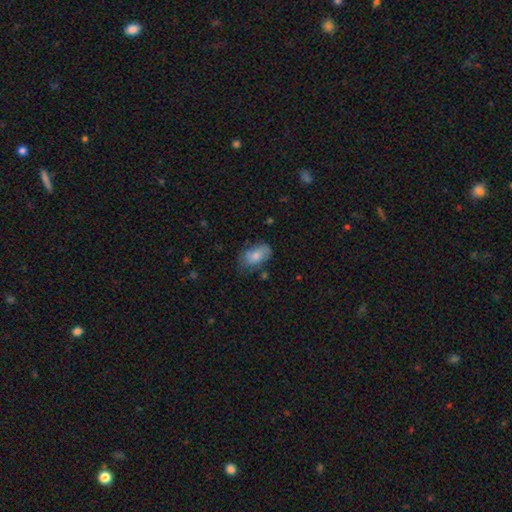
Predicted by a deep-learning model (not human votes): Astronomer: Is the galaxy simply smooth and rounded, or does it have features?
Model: smooth — 75%.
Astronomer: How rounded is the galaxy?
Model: in between — 91%.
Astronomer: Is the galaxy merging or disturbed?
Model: none — 58%.